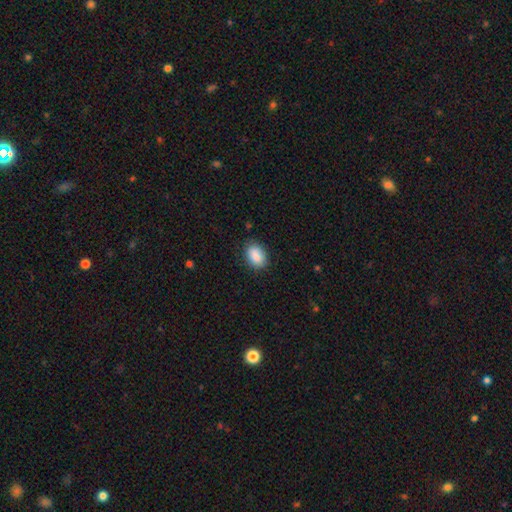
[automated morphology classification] A smooth galaxy with no disk features (89%) that is in between round and cigar-shaped (83%).

Vote fractions:
- Smooth or featured? smooth: 89% / star or artifact: 7% / featured or disk: 4%
- How rounded? in between: 83% / round: 16% / cigar-shaped: 1%
- Merging? none: 84% / minor disturbance: 12% / major disturbance: 3% / merger: 1%